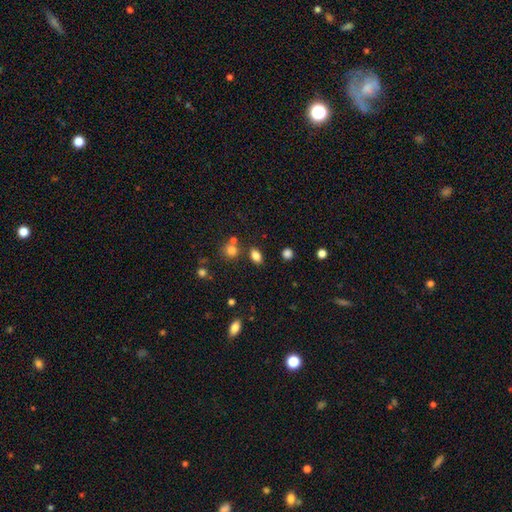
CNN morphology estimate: smooth_or_featured: smooth (p=0.81) [alt: star or artifact p=0.13]
how_rounded: in between (p=0.77) [alt: round p=0.21]
merging: none (p=0.77) [alt: minor disturbance p=0.11]